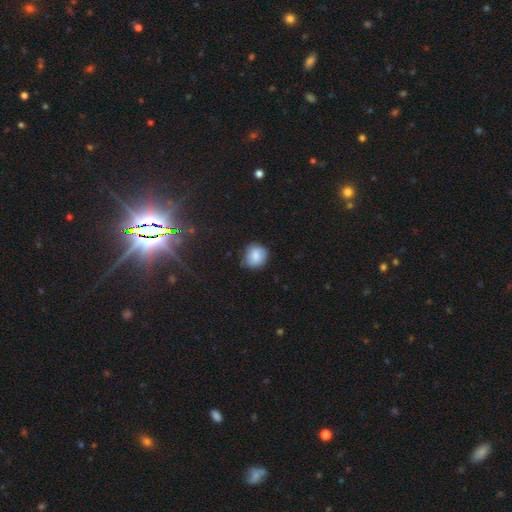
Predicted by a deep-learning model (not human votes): smooth-or-featured: smooth: 77% | featured or disk: 14% | star or artifact: 9%
  how-rounded: round: 84% | in between: 15% | cigar-shaped: 1%
  merging: none: 76% | minor disturbance: 19% | major disturbance: 4% | merger: 1%